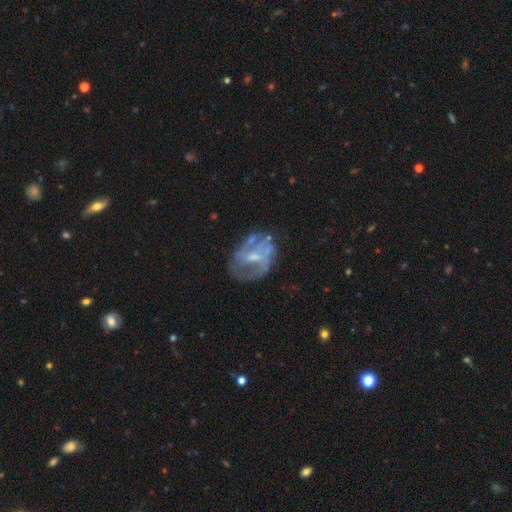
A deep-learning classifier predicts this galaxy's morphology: Smooth or featured: featured or disk — 73% (smooth — 18%)
Edge-on disk: no — 97% (yes — 3%)
Bar: weak — 45% (no — 43%)
Spiral arms: yes — 66% (no — 34%)
Bulge size: small — 44% (moderate — 42%)
Merging: none — 54% (minor disturbance — 23%)